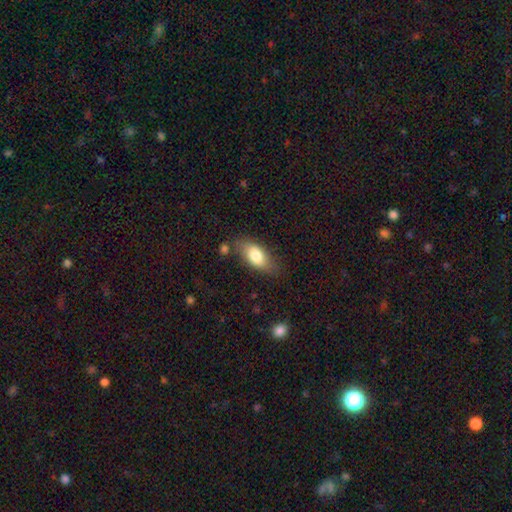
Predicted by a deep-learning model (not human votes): Overall: smooth (77%). How rounded: in between (86%). Merging: none (72%).